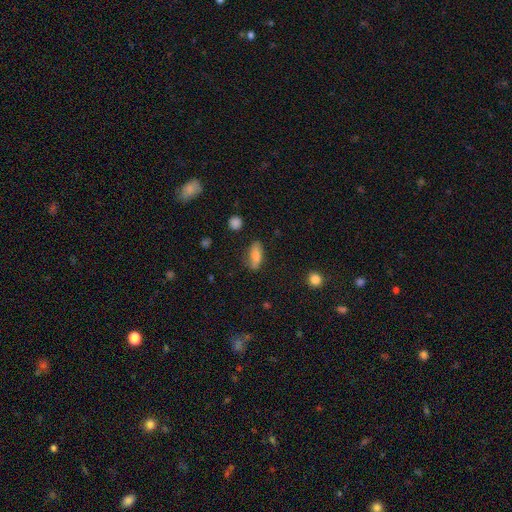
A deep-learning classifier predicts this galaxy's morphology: Smooth or featured? Predicted: smooth (p=0.79). How rounded? Predicted: in between (p=0.79). Merging? Predicted: none (p=0.72).